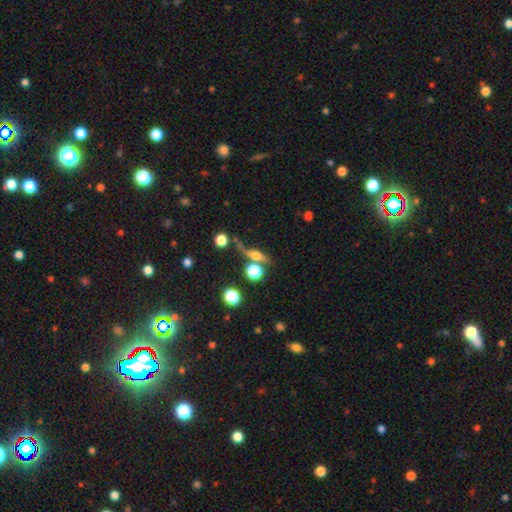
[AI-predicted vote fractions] smooth_or_featured: featured or disk (p=0.42) [alt: smooth p=0.41]
merging: none (p=0.57) [alt: minor disturbance p=0.17]